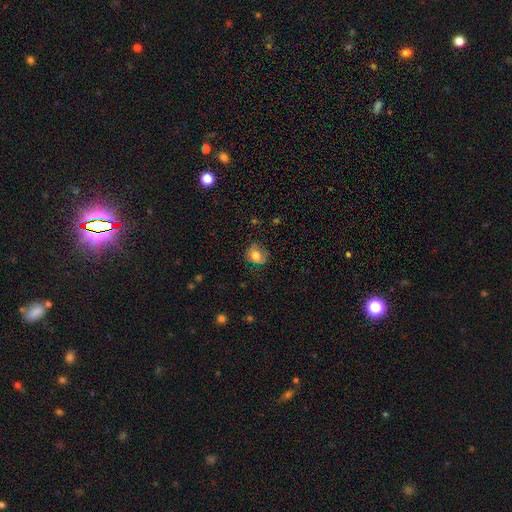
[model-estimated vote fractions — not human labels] Smooth or featured? Predicted: smooth (p=0.77). How rounded? Predicted: round (p=0.58). Merging? Predicted: none (p=0.61).